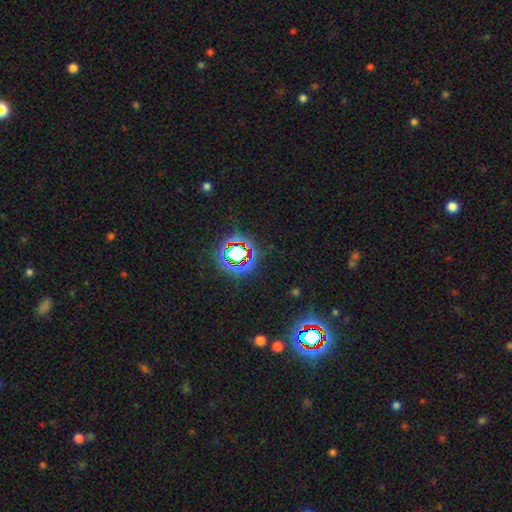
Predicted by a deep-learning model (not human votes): A star or artifact, not a galaxy (79%).